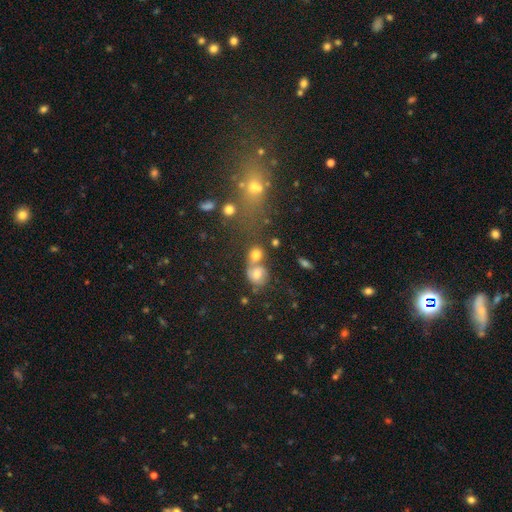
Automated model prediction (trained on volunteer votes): A smooth galaxy with no disk features (57%) that is round (69%). Merging: none (44%).